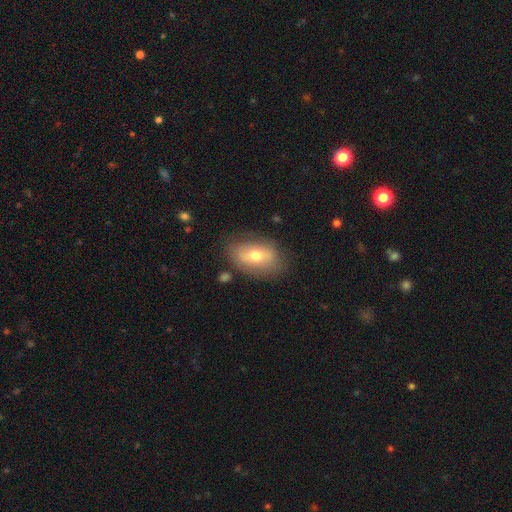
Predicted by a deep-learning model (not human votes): A smooth galaxy with no disk features (60%) that is in between round and cigar-shaped (86%). Merging: none (73%).